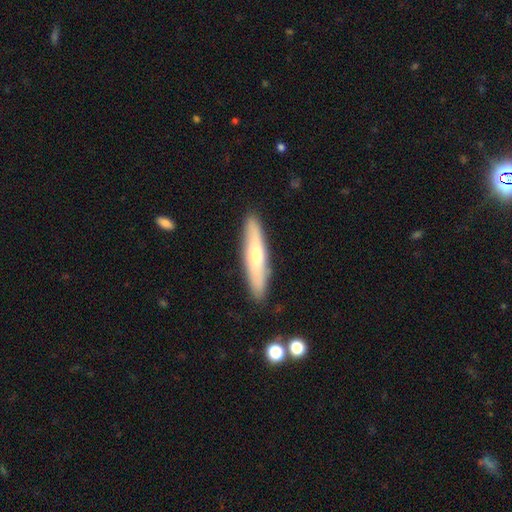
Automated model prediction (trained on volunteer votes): Smooth or featured? smooth (55%)
How rounded? cigar-shaped (86%)
Merging? none (88%)